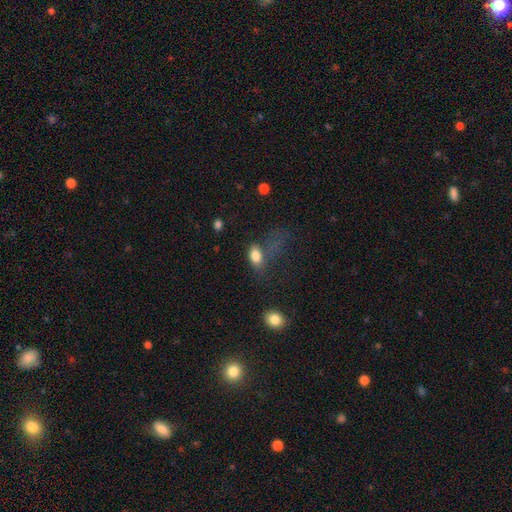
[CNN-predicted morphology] Smooth or featured?
  - smooth: 82% *
  - star or artifact: 9%
  - featured or disk: 9%
How rounded?
  - in between: 85% *
  - round: 12%
  - cigar-shaped: 3%
Merging?
  - none: 35% * (tied)
  - major disturbance: 35% * (tied)
  - minor disturbance: 23%
  - merger: 7%